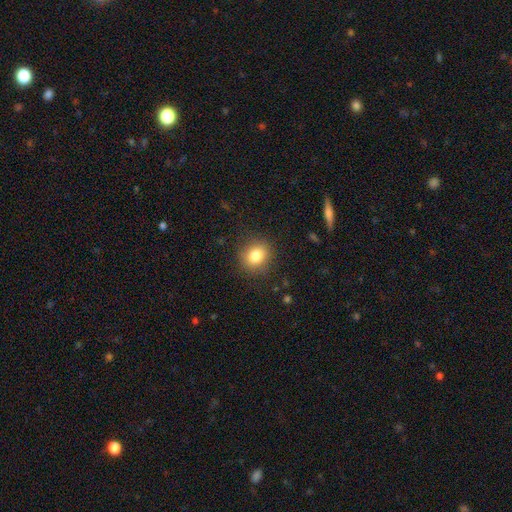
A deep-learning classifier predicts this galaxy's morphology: This appears to be a smooth galaxy with no disk features (82%) that is round (73%). Merging: none (86%).